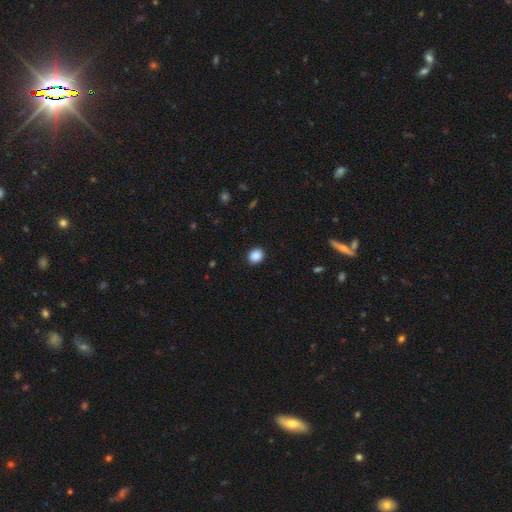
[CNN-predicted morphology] Smooth or featured: smooth — 88% (star or artifact — 9%)
How rounded: round — 73% (in between — 26%)
Merging: none — 91% (minor disturbance — 6%)